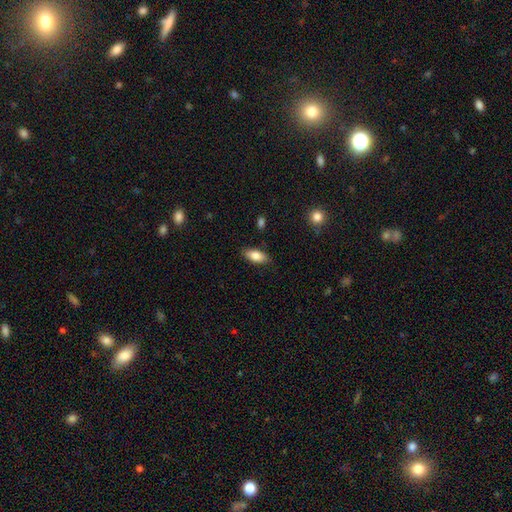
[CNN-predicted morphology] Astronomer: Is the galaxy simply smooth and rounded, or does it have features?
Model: smooth — 84%.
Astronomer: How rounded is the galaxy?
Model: in between — 88%.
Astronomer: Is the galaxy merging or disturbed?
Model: none — 84%.